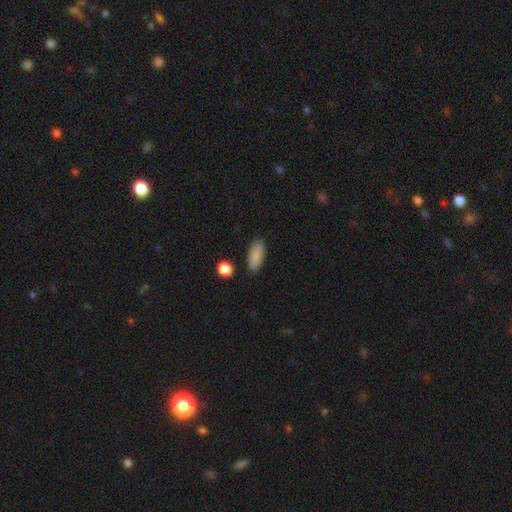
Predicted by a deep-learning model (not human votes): smooth 87%, star or artifact 7%, featured or disk 6%. Down the decision tree: how rounded — in between (85%); merging — none (83%).